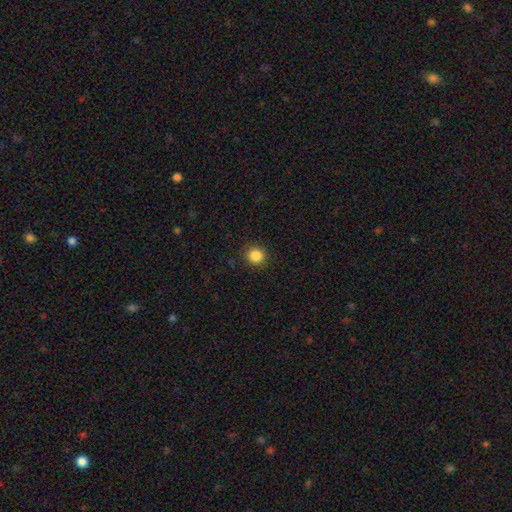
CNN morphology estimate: Smooth or featured: smooth — 86% (star or artifact — 11%)
How rounded: round — 91% (in between — 8%)
Merging: none — 91% (minor disturbance — 6%)